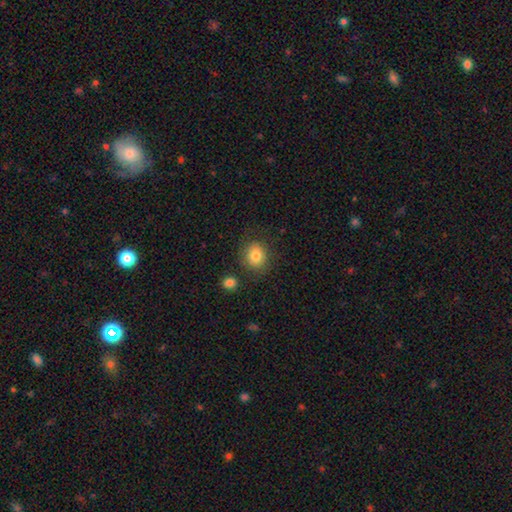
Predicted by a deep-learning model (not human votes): This appears to be a smooth galaxy with no disk features (81%) that is round (73%). Merging: none (81%).